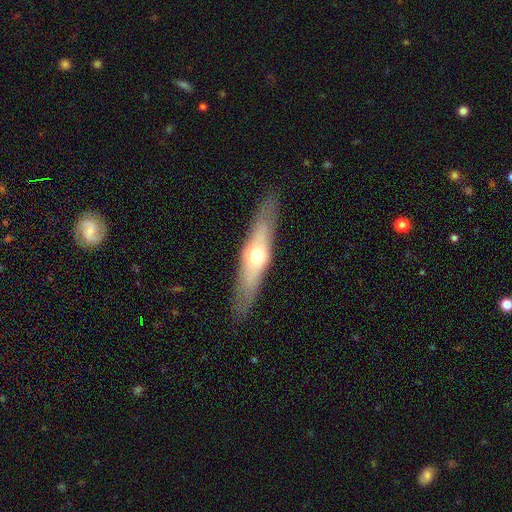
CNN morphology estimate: type=featured or disk (53%); edge-on=yes (80%); merging=none (87%).